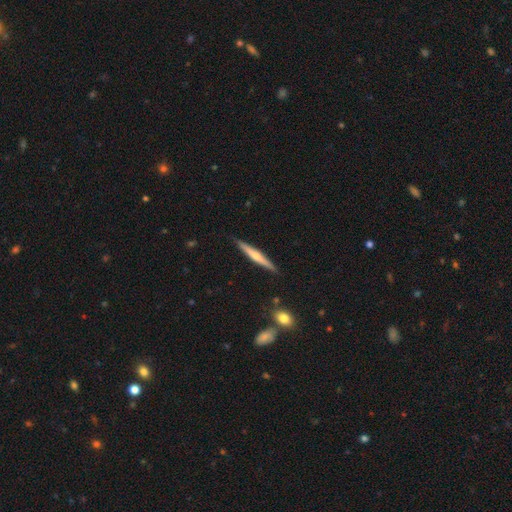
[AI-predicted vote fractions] Q: Smooth or featured?
A: featured or disk (55%); runner-up: smooth (40%)
Q: Edge-on disk?
A: yes (97%); runner-up: no (3%)
Q: Edge-on bulge?
A: rounded (70%); runner-up: none (24%)
Q: Merging?
A: none (88%); runner-up: minor disturbance (9%)